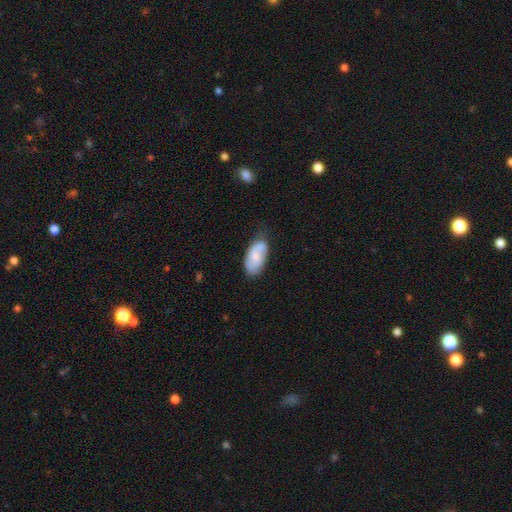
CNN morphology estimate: type=smooth (63%); roundness=in between (93%); merging=none (61%).